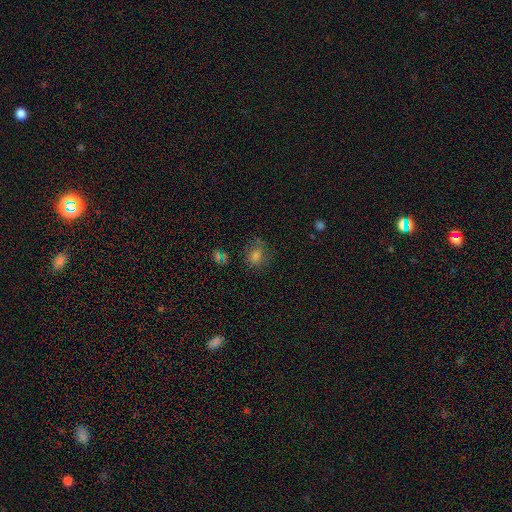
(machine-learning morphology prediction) Smooth or featured: smooth — 60% (star or artifact — 25%)
How rounded: round — 61% (in between — 38%)
Merging: none — 69% (minor disturbance — 19%)